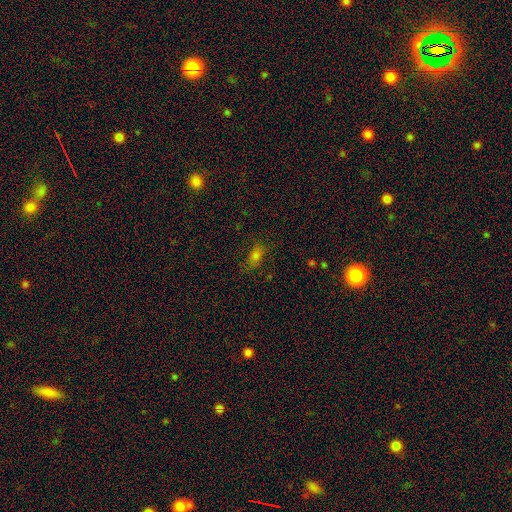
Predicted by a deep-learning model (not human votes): Smooth or featured: smooth — 71% (star or artifact — 20%)
How rounded: in between — 83% (round — 10%)
Merging: none — 74% (minor disturbance — 18%)